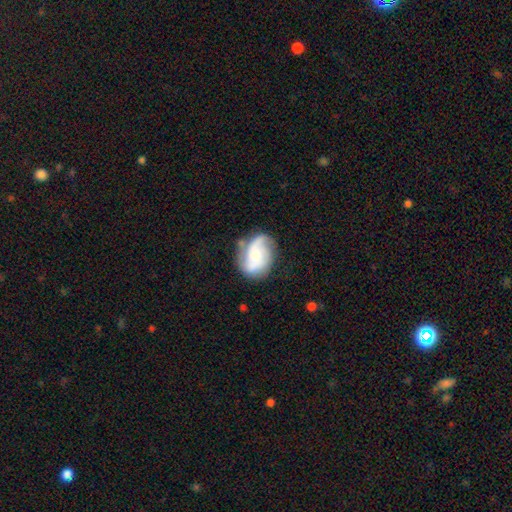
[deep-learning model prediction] Smooth or featured?
  - featured or disk: 68% *
  - smooth: 25%
  - star or artifact: 7%
Edge-on disk?
  - no: 98% *
  - yes: 2%
Bar?
  - no: 63% *
  - weak: 29%
  - strong: 8%
Spiral arms?
  - yes: 91% *
  - no: 9%
Spiral winding?
  - medium: 44% *
  - loose: 34%
  - tight: 22%
Spiral arm count?
  - 2: 63% *
  - 3: 14%
  - can't tell: 11%
  - 1: 7%
  - 4: 2%
  - more than 4: 2%
Bulge size?
  - small: 41% *
  - moderate: 34%
  - none: 13%
  - large: 10%
  - dominant: 3%
Merging?
  - none: 58% *
  - minor disturbance: 24%
  - major disturbance: 13%
  - merger: 5%